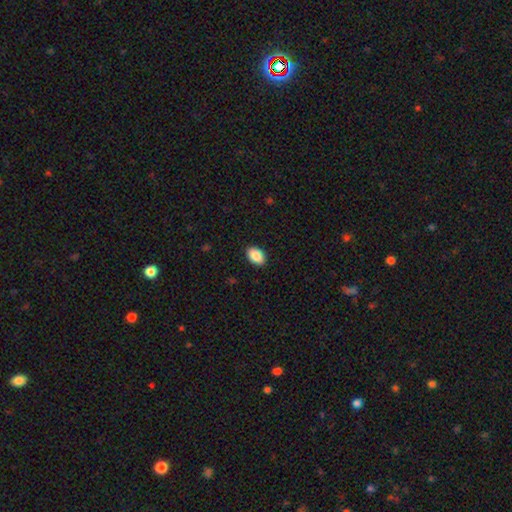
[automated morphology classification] Smooth or featured: smooth — 89% (star or artifact — 7%)
How rounded: in between — 88% (round — 11%)
Merging: none — 91% (minor disturbance — 7%)